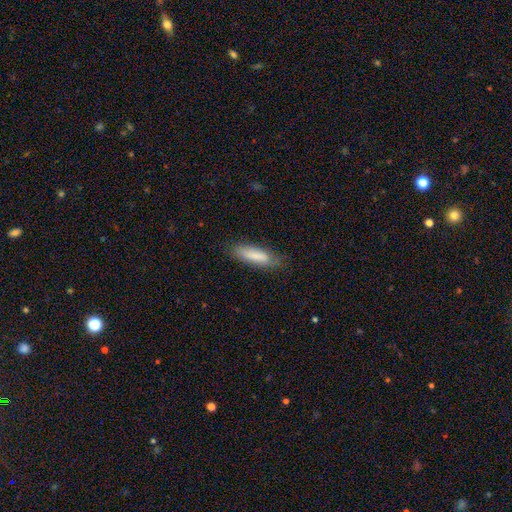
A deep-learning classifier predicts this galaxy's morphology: smooth 82%, featured or disk 12%, star or artifact 6%. Down the decision tree: how rounded — cigar-shaped (63%); merging — none (79%).